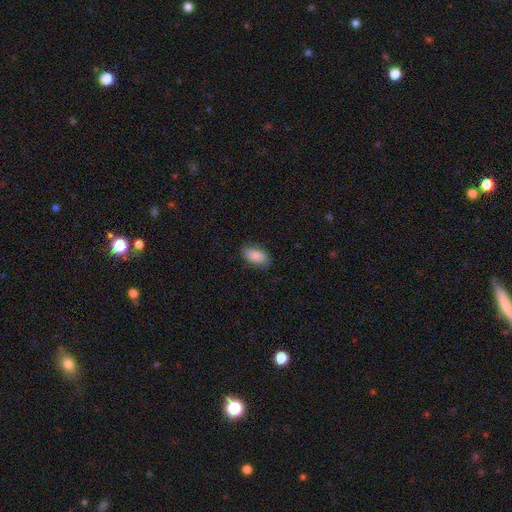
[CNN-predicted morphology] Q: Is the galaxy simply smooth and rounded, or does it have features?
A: smooth — 85%.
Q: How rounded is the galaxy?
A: in between — 93%.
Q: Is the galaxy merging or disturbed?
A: none — 79%.